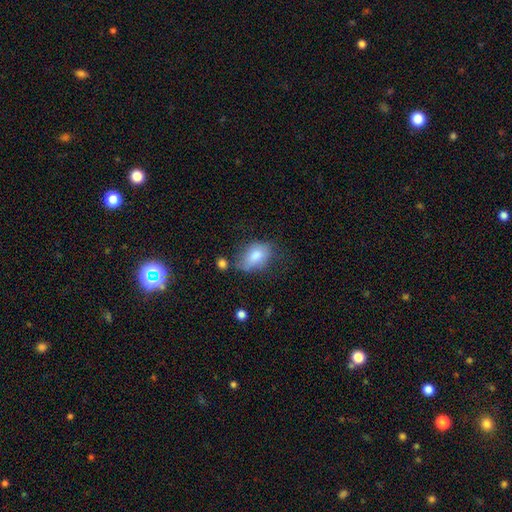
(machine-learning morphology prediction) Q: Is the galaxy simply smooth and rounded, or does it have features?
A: smooth — 79%.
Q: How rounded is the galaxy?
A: in between — 87%.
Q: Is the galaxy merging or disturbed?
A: none — 45%.